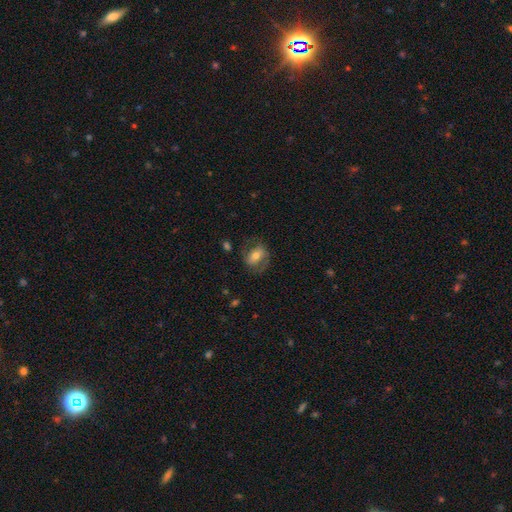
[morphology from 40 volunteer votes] A featured or disk galaxy (52%) with a weak bar (48%), 2 (81%) medium (56%) spiral arms (76%) and a moderate central bulge (48%).

Vote fractions:
- Smooth or featured? featured or disk: 52% / smooth: 42% / star or artifact: 5%
- Edge-on disk? no: 100% / yes: 0%
- Bar? weak: 48% / strong: 33% / no: 19%
- Spiral arms? yes: 76% / no: 24%
- Spiral winding? medium: 56% / loose: 25% / tight: 19%
- Spiral arm count? 2: 81% / can't tell: 12% / 1: 6% / 3: 0% / 4: 0% / more than 4: 0%
- Bulge size? moderate: 48% / large: 24% / small: 24% / dominant: 5% / none: 0%
- Merging? none: 74% / minor disturbance: 24% / major disturbance: 3% / merger: 0%